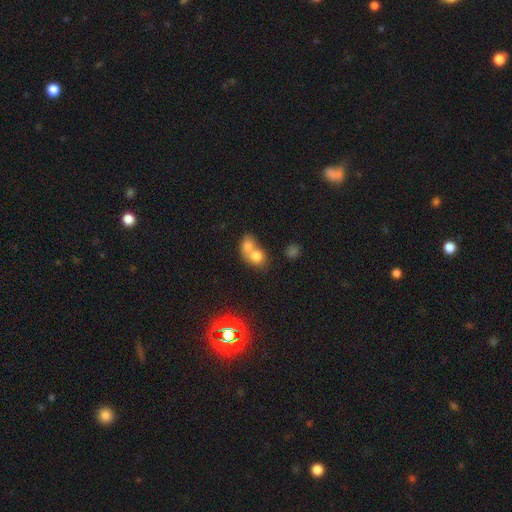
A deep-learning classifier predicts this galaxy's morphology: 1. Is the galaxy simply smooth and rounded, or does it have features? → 73% smooth, 16% featured or disk, 11% star or artifact.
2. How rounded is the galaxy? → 56% round, 43% in between, 2% cigar-shaped.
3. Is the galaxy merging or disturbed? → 73% merger, 19% none, 5% minor disturbance, 3% major disturbance.